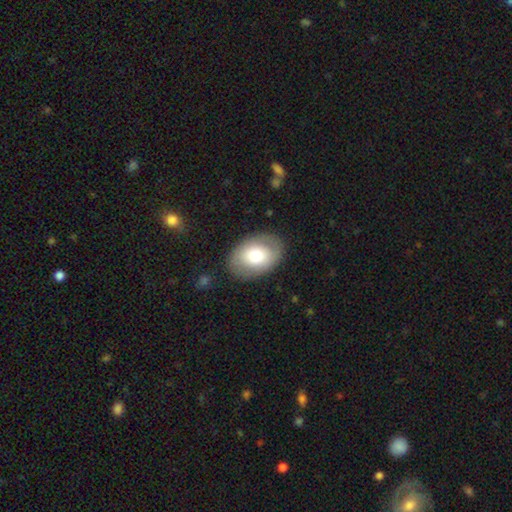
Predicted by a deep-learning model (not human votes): This is likely a smooth galaxy (70%). How rounded: likely in between (79%). Merging: clearly none (85%).